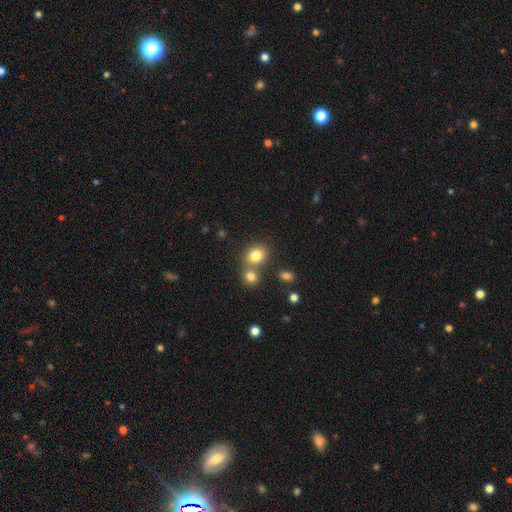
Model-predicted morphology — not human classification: This appears to be a smooth galaxy with no disk features (81%) that is round (64%). Merging: none (56%).